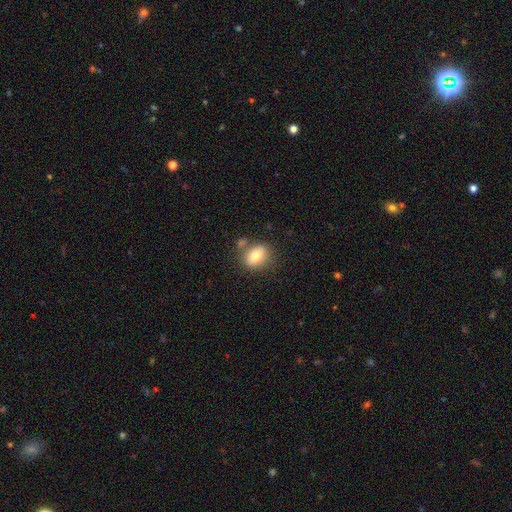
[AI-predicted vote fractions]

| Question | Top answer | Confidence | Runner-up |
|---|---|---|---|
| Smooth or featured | smooth | 77% | featured or disk (14%) |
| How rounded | in between | 69% | round (29%) |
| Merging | none | 67% | minor disturbance (15%) |